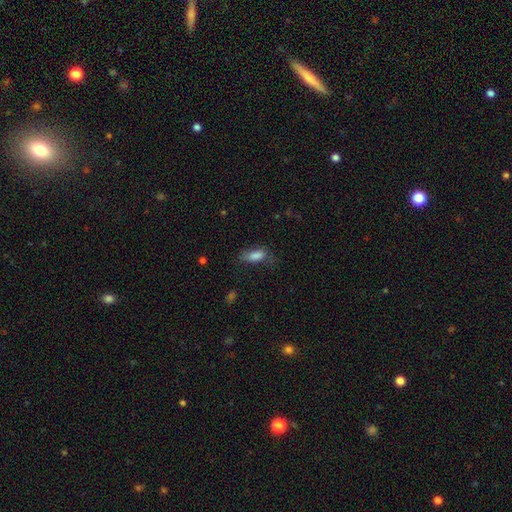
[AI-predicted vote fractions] Morphology: type=smooth (80%); roundness=in between (71%); merging=none (54%).